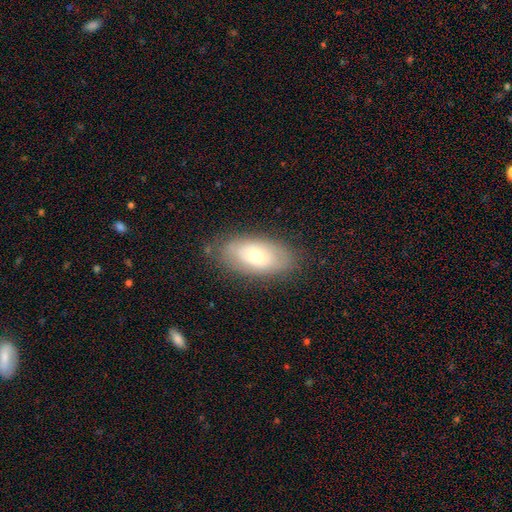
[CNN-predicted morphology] type=smooth (56%); roundness=in between (90%); merging=none (79%).